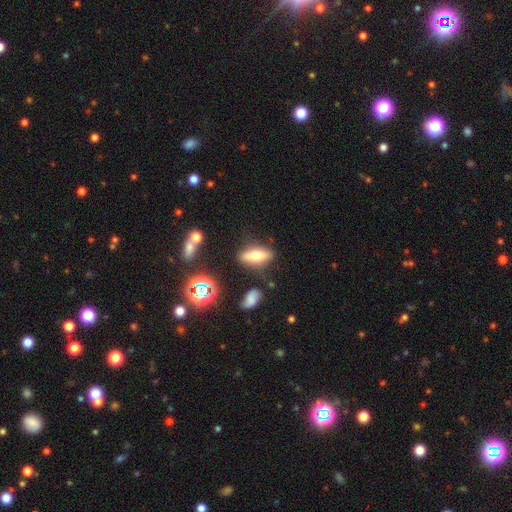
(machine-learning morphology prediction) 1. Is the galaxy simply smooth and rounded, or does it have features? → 54% smooth, 34% featured or disk, 11% star or artifact.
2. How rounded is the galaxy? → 59% in between, 37% cigar-shaped, 4% round.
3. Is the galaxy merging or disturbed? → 78% none, 13% minor disturbance, 5% merger, 4% major disturbance.